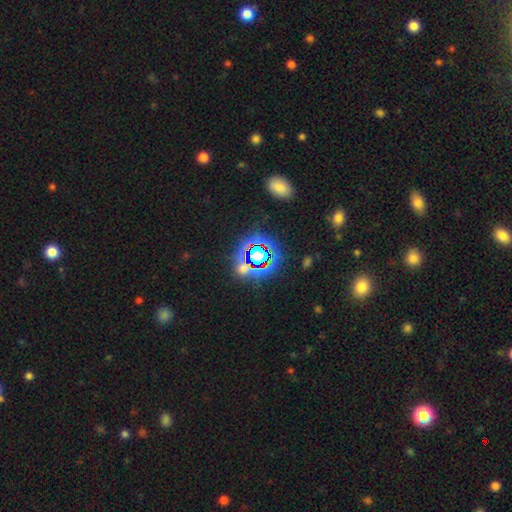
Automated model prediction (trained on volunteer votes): A star or artifact, not a galaxy (70%).

Vote fractions:
- Smooth or featured? star or artifact: 70% / smooth: 20% / featured or disk: 10%